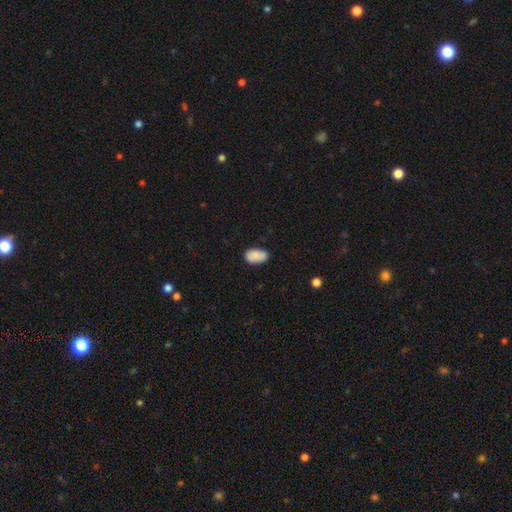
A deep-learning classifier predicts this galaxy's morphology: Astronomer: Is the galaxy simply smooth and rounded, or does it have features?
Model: smooth — 87%.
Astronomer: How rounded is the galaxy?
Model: in between — 93%.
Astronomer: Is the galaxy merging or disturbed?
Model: none — 76%.